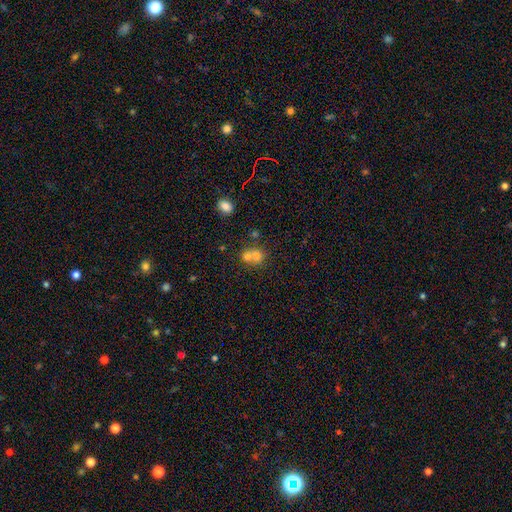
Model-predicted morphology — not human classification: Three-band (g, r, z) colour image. It shows a smooth galaxy with no disk features (67%) that is round (78%). Merging: merger (59%).